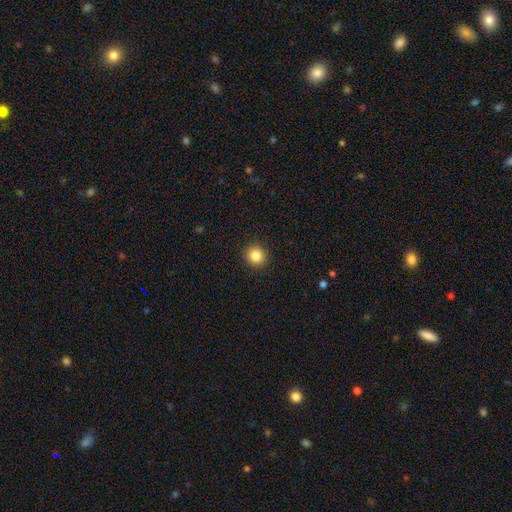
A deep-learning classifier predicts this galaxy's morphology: A smooth galaxy with no disk features (85%) that is round (89%). Merging: none (92%).